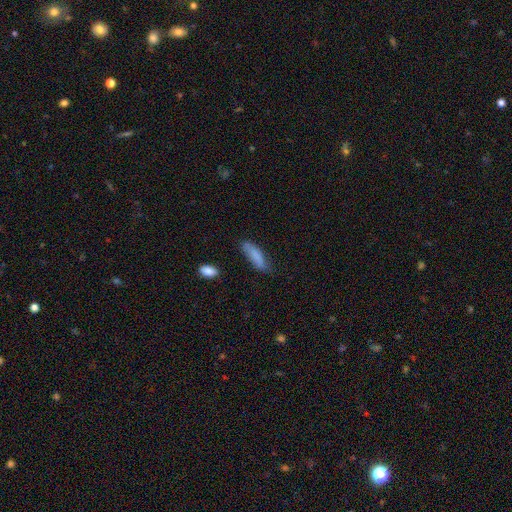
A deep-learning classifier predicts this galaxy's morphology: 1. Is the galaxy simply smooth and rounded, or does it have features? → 81% smooth, 12% featured or disk, 7% star or artifact.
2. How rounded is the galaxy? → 54% cigar-shaped, 44% in between, 2% round.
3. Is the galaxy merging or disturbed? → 65% none, 26% minor disturbance, 6% major disturbance, 3% merger.